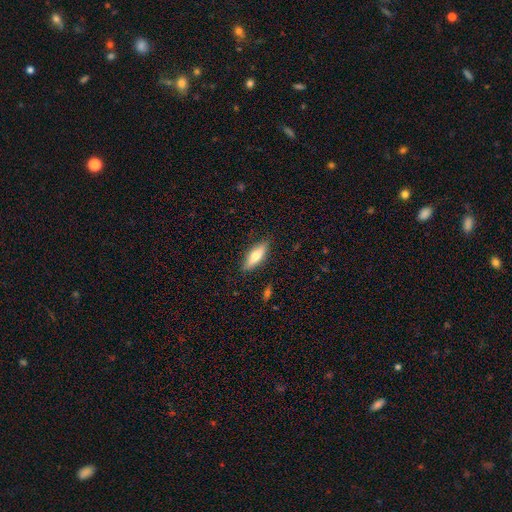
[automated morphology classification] A smooth galaxy with no disk features (64%) that is in between round and cigar-shaped (51%).

Vote fractions:
- Smooth or featured? smooth: 64% / featured or disk: 30% / star or artifact: 6%
- How rounded? in between: 51% / cigar-shaped: 47% / round: 2%
- Merging? none: 87% / minor disturbance: 10% / major disturbance: 2% / merger: 1%